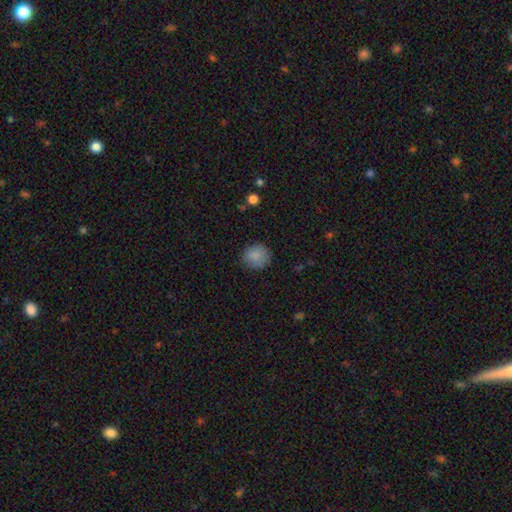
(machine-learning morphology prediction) The model was most divided on "merging": none: 80%, minor disturbance: 15%, major disturbance: 4%, merger: 1%. More confident: smooth or featured — smooth (85%); how rounded — round (83%).